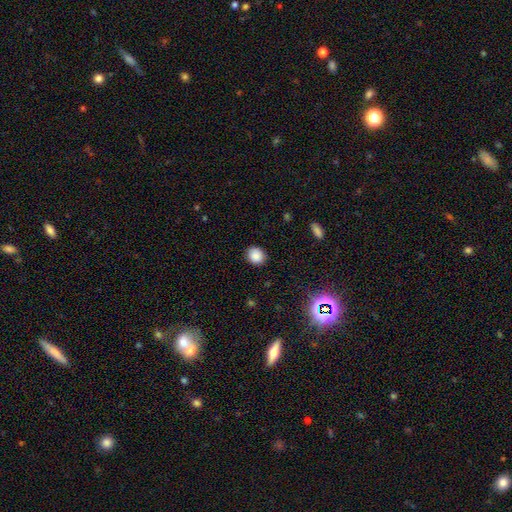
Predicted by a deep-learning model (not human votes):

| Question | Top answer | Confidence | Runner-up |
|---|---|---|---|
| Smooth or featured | smooth | 86% | star or artifact (10%) |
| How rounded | round | 76% | in between (23%) |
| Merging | none | 88% | minor disturbance (9%) |